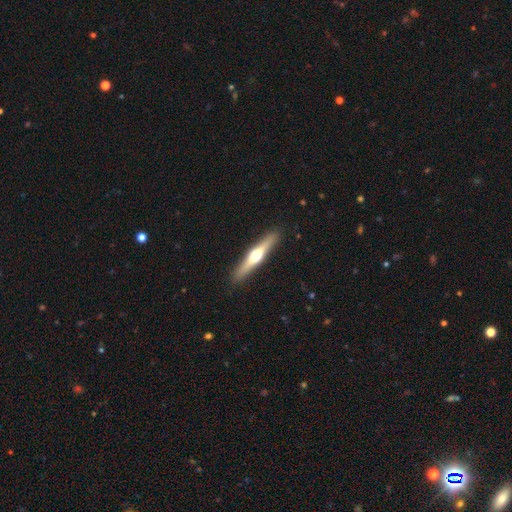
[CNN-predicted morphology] Smooth or featured? Predicted: featured or disk (p=0.62). Edge-on disk? Predicted: yes (p=0.96). Edge-on bulge? Predicted: rounded (p=0.94). Merging? Predicted: none (p=0.91).